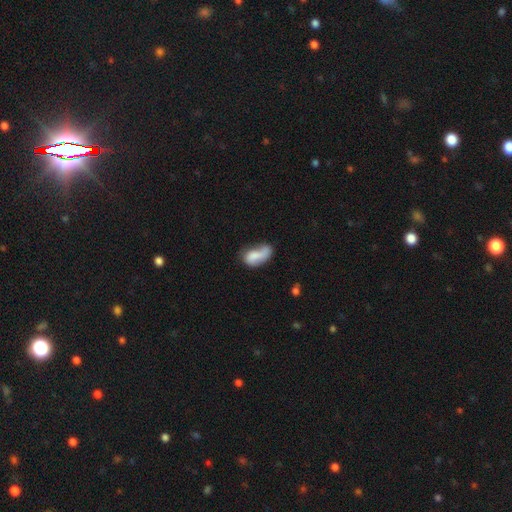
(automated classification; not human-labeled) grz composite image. It shows a smooth galaxy with no disk features (68%) that is in between round and cigar-shaped (89%). Merging: none (31%).